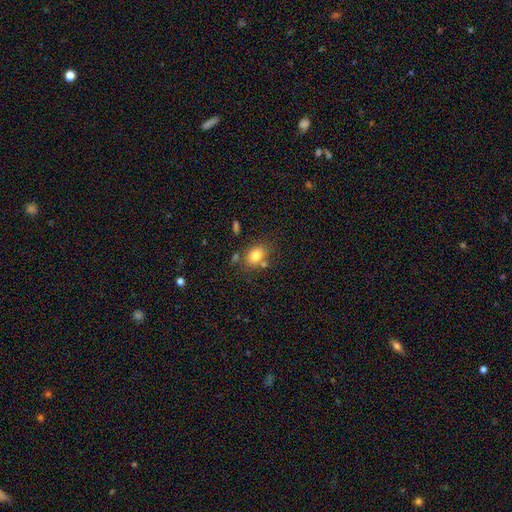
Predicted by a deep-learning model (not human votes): A smooth galaxy with no disk features (79%) that is in between round and cigar-shaped (67%). Merging: none (69%).